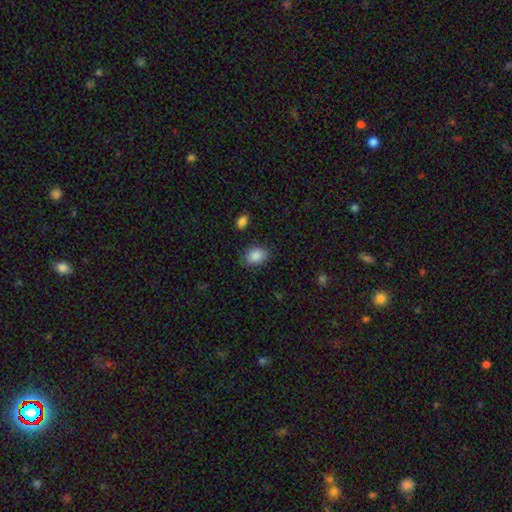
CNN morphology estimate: The model was most divided on "how rounded": in between: 70%, round: 29%, cigar-shaped: 1%. More confident: smooth or featured — smooth (87%); merging — none (82%).